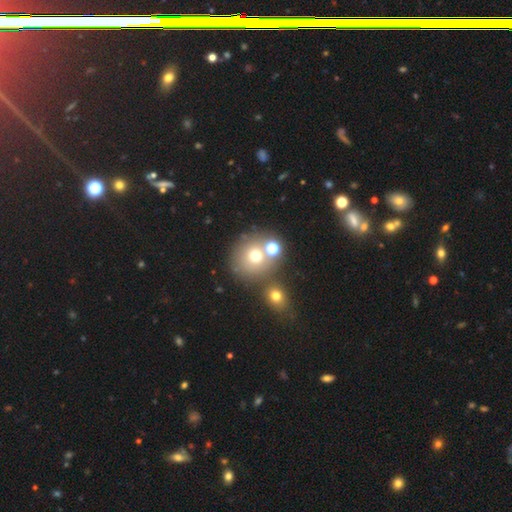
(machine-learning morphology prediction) Smooth or featured? Predicted: smooth (p=0.65). How rounded? Predicted: round (p=0.88). Merging? Predicted: none (p=0.58).